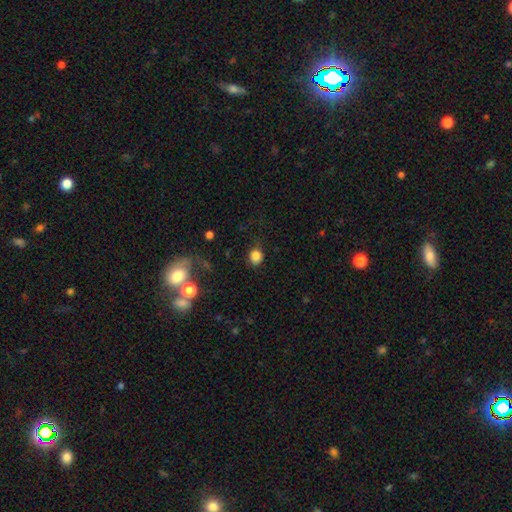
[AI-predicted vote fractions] This is clearly a smooth galaxy (84%). How rounded: likely round (74%). Merging: likely none (76%).